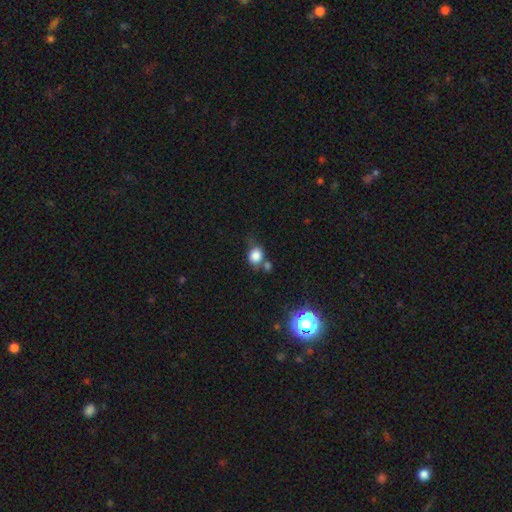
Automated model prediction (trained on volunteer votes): Smooth or featured: smooth — 80% (star or artifact — 12%)
How rounded: round — 63% (in between — 36%)
Merging: none — 47% (merger — 22%)